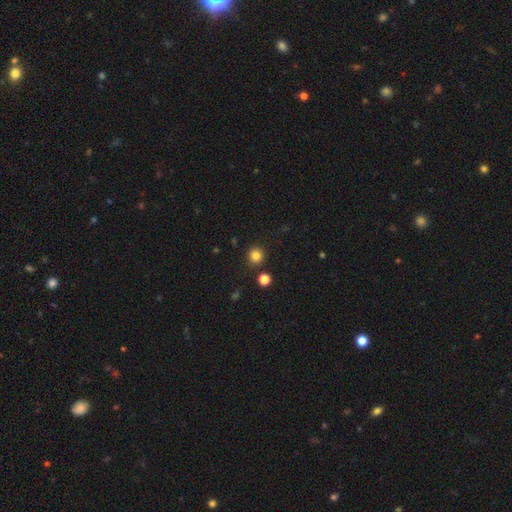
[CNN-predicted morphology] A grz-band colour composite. It shows a smooth galaxy with no disk features (83%) that is round (93%). Merging: none (89%).